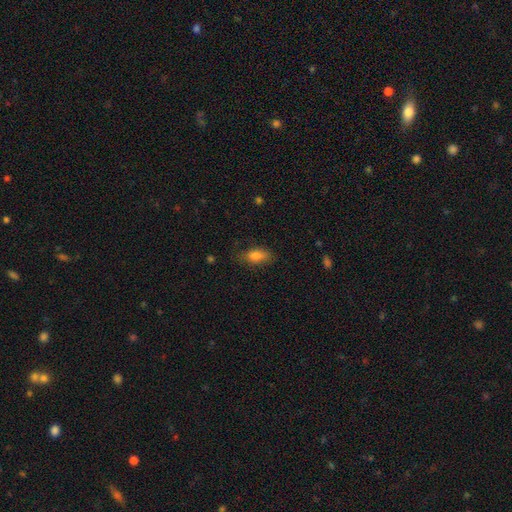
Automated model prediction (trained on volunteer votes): Q: Smooth or featured?
A: smooth (83%); runner-up: star or artifact (9%)
Q: How rounded?
A: in between (83%); runner-up: cigar-shaped (13%)
Q: Merging?
A: none (74%); runner-up: minor disturbance (19%)